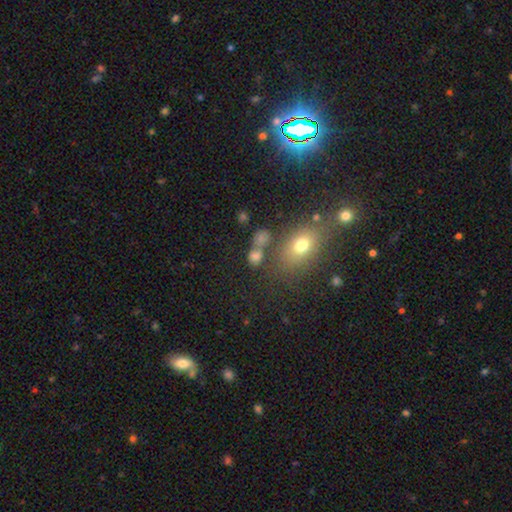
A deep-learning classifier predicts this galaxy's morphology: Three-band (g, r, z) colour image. It shows a smooth galaxy with no disk features (71%) that is in between round and cigar-shaped (49%). Merging: none (56%).